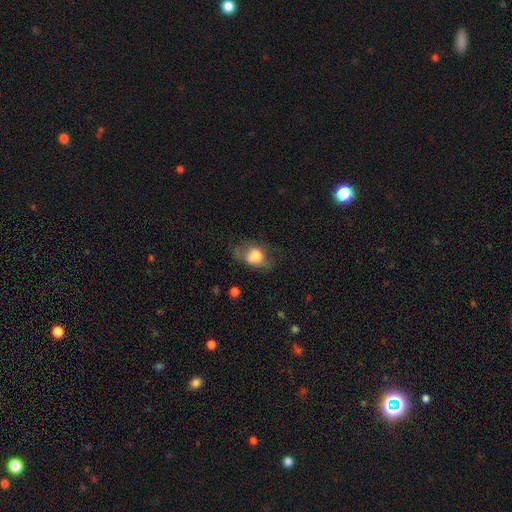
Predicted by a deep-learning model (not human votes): Smooth or featured?
  - smooth: 71% *
  - featured or disk: 20%
  - star or artifact: 9%
How rounded?
  - in between: 64% *
  - round: 34%
  - cigar-shaped: 2%
Merging?
  - none: 40% *
  - minor disturbance: 30%
  - major disturbance: 26%
  - merger: 4%